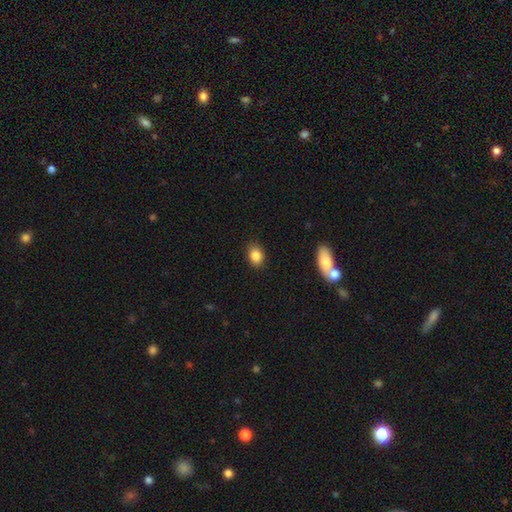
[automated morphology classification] smooth-or-featured: smooth: 85% | star or artifact: 9% | featured or disk: 5%
  how-rounded: in between: 61% | round: 38% | cigar-shaped: 1%
  merging: none: 87% | minor disturbance: 10% | major disturbance: 2% | merger: 1%